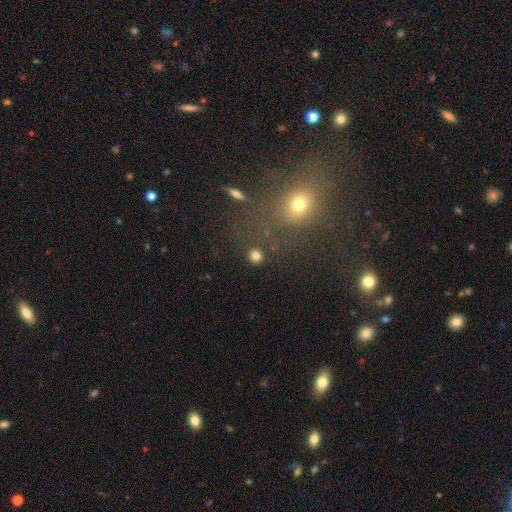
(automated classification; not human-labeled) Morphology: type=smooth (79%); roundness=round (90%); merging=none (84%).